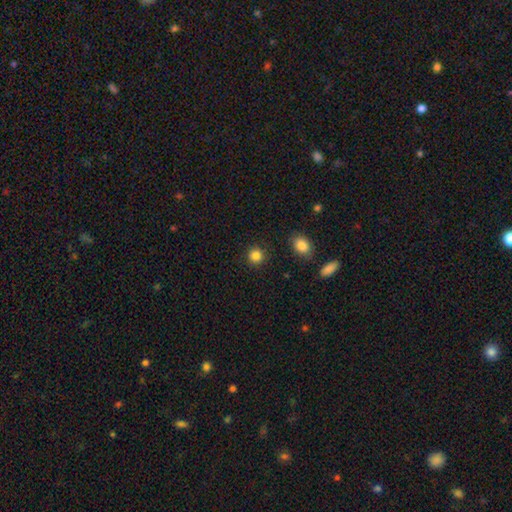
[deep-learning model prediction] smooth_or_featured: smooth (p=0.85) [alt: star or artifact p=0.11]
how_rounded: round (p=0.91) [alt: in between p=0.08]
merging: none (p=0.90) [alt: minor disturbance p=0.06]